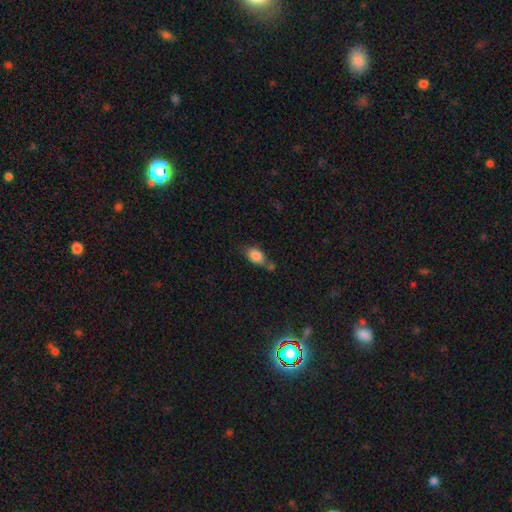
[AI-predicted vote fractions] Overall: smooth (84%). How rounded: in between (84%). Merging: none (48%; minor disturbance 23%).